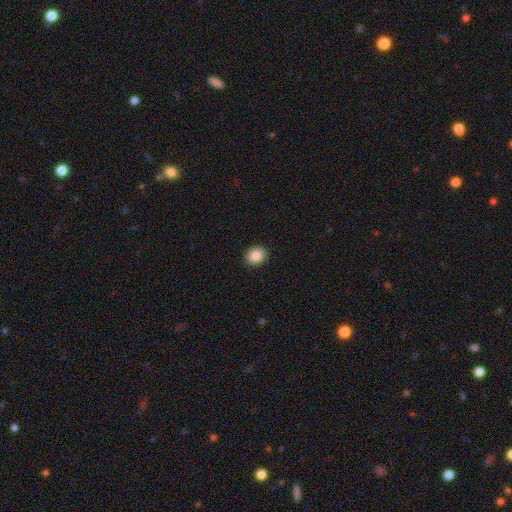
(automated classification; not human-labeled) smooth 87%, star or artifact 8%, featured or disk 4%. Down the decision tree: how rounded — round (57%); merging — none (91%).